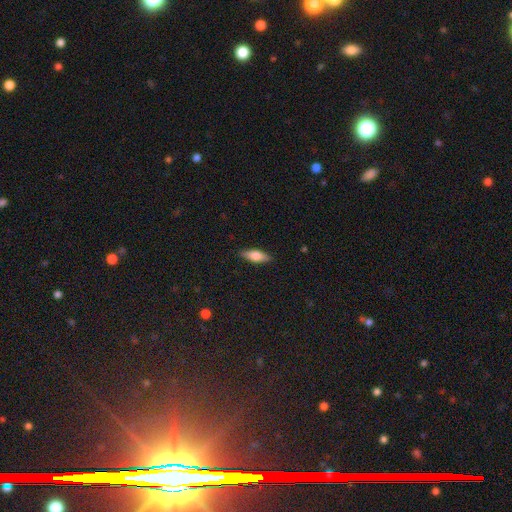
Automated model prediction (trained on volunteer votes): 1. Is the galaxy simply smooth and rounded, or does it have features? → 65% smooth, 29% featured or disk, 6% star or artifact.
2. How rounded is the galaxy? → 63% in between, 35% cigar-shaped, 3% round.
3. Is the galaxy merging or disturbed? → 88% none, 9% minor disturbance, 2% major disturbance, 1% merger.